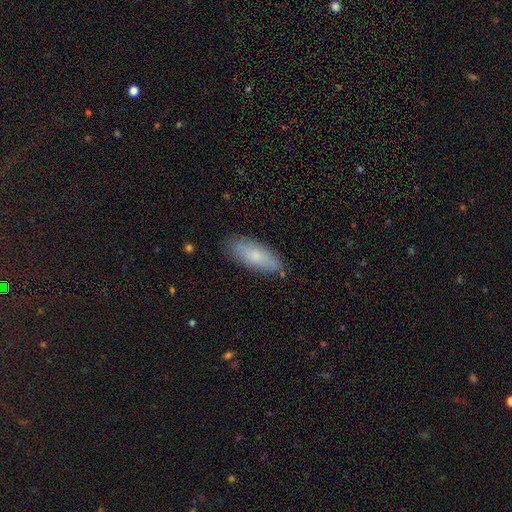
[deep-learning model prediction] Smooth or featured?
  - smooth: 74% *
  - featured or disk: 20%
  - star or artifact: 6%
How rounded?
  - in between: 74% *
  - cigar-shaped: 24%
  - round: 2%
Merging?
  - none: 82% *
  - minor disturbance: 14%
  - major disturbance: 3%
  - merger: 1%